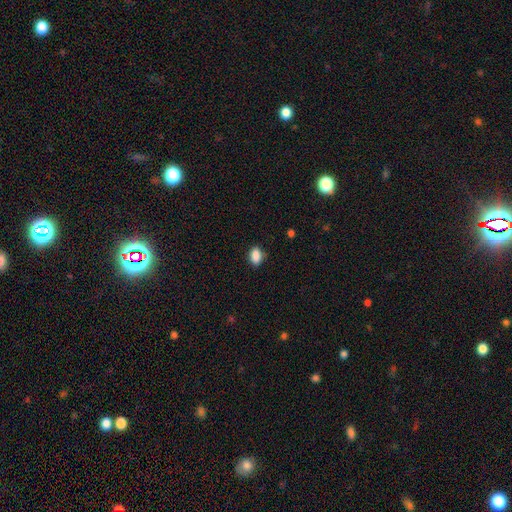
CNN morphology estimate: A smooth galaxy with no disk features (88%) that is in between round and cigar-shaped (84%).

Vote fractions:
- Smooth or featured? smooth: 88% / star or artifact: 8% / featured or disk: 4%
- How rounded? in between: 84% / round: 13% / cigar-shaped: 3%
- Merging? none: 83% / minor disturbance: 13% / major disturbance: 3% / merger: 1%